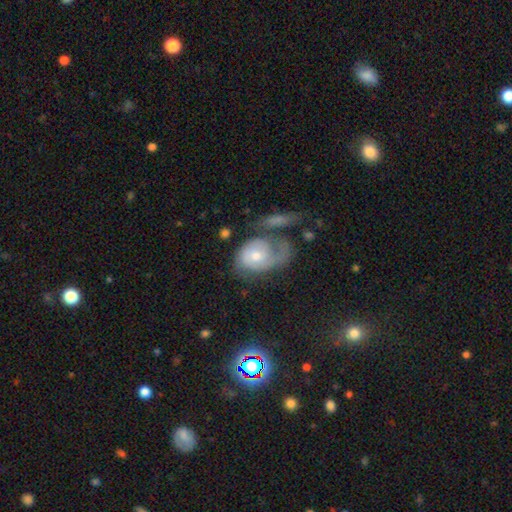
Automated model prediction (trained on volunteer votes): The model was most divided on "merging": major disturbance: 36%, none: 25%, merger: 21%, minor disturbance: 18%. More confident: edge-on disk — no (96%); spiral arms — yes (80%); bar — no (69%); bulge size — moderate (59%); smooth or featured — featured or disk (58%).